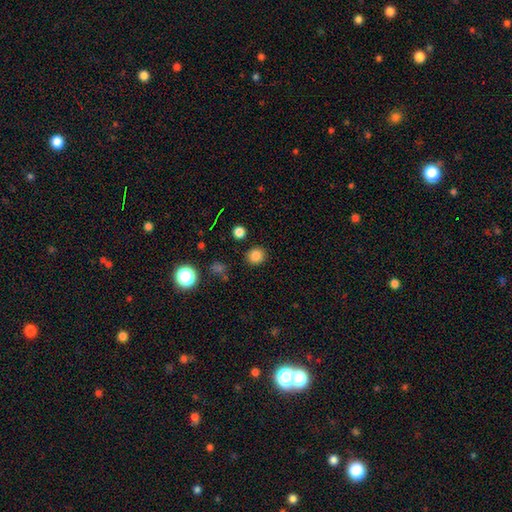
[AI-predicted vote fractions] This is clearly a smooth galaxy (83%). How rounded: clearly round (88%). Merging: clearly none (88%).